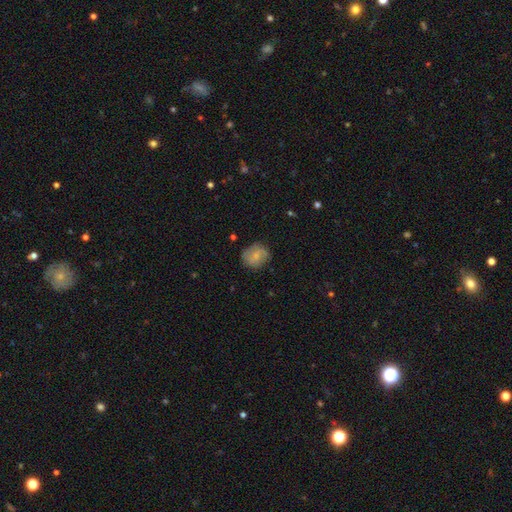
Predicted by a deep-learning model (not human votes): Overall: smooth (57%; featured or disk 35%). How rounded: round (74%). Merging: none (71%).